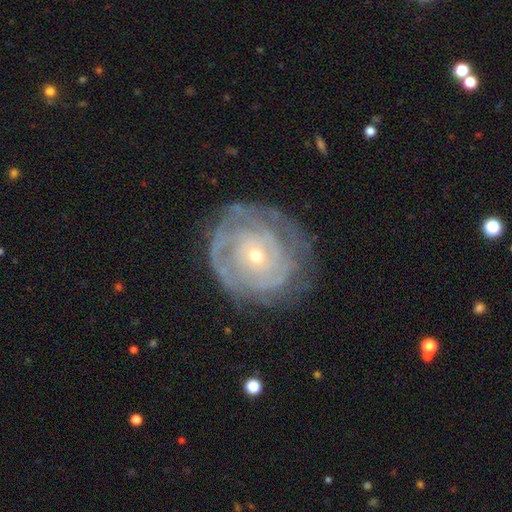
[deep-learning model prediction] This appears to be a featured or disk galaxy (81%) with no bar (80%), tight (79%) spiral arms (86%) and a small central bulge (70%). Merging: none (73%).